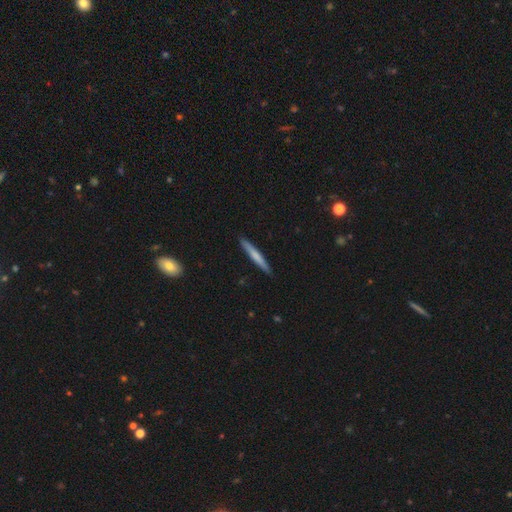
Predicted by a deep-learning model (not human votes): This is likely a smooth galaxy (63%). How rounded: clearly cigar-shaped (96%). Merging: clearly none (91%).